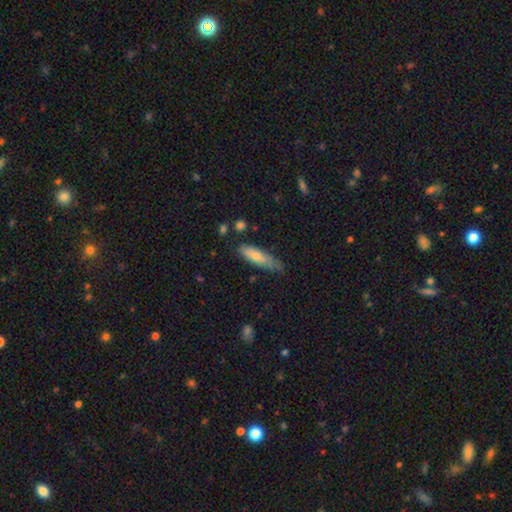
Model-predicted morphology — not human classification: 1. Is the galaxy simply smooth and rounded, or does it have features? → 68% smooth, 26% featured or disk, 6% star or artifact.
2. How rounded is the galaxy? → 57% cigar-shaped, 41% in between, 2% round.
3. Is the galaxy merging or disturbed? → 57% none, 32% minor disturbance, 8% major disturbance, 3% merger.